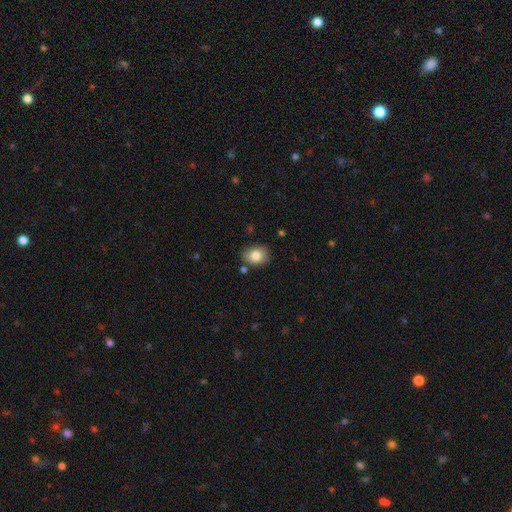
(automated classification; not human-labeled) Smooth or featured? smooth (83%)
How rounded? in between (56%)
Merging? none (79%)